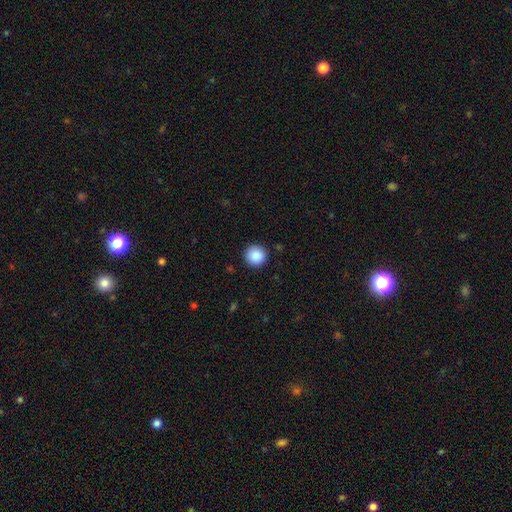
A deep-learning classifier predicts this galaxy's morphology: The model was most divided on "smooth or featured": smooth: 88%, star or artifact: 9%, featured or disk: 3%. More confident: how rounded — round (96%); merging — none (92%).